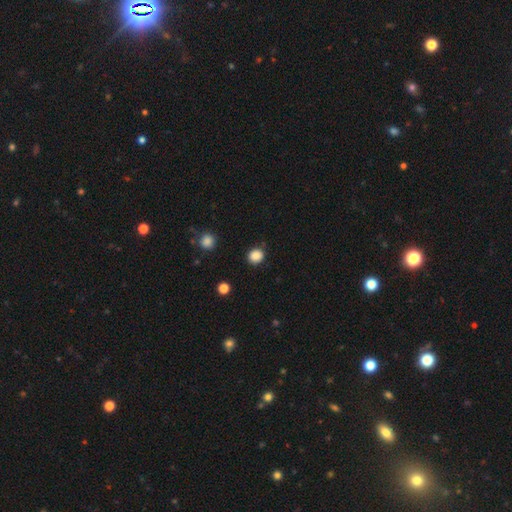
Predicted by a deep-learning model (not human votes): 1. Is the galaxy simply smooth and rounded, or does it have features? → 87% smooth, 11% star or artifact, 3% featured or disk.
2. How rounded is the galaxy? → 79% round, 20% in between, 1% cigar-shaped.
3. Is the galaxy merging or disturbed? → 87% none, 9% minor disturbance, 3% major disturbance, 2% merger.